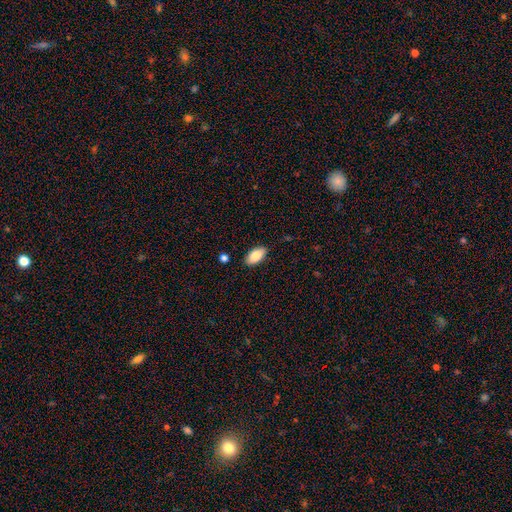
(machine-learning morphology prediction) Smooth or featured: smooth — 84% (featured or disk — 10%)
How rounded: in between — 93% (cigar-shaped — 4%)
Merging: none — 87% (minor disturbance — 9%)